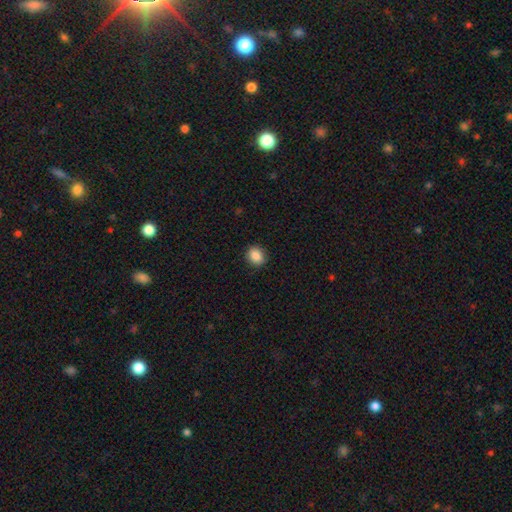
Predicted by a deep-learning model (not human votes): This is clearly a smooth galaxy (88%). How rounded: likely round (62%). Merging: clearly none (89%).